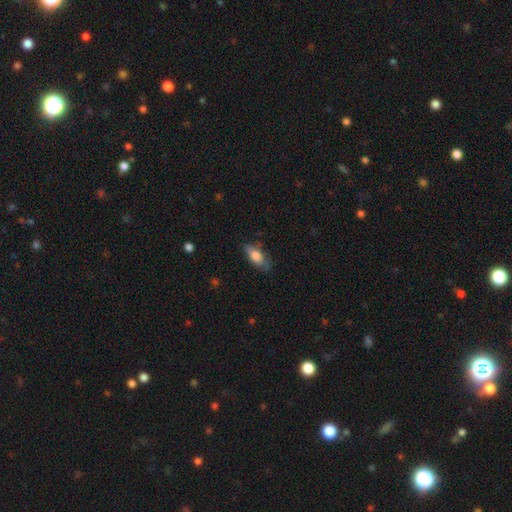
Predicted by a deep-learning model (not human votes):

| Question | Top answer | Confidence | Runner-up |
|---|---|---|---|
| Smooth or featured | smooth | 75% | featured or disk (19%) |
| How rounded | in between | 82% | cigar-shaped (15%) |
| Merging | none | 71% | minor disturbance (22%) |